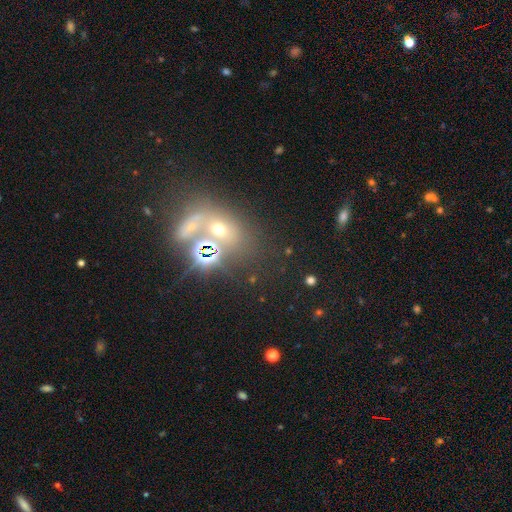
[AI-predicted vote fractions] smooth-or-featured: star or artifact: 47% | smooth: 29% | featured or disk: 24%